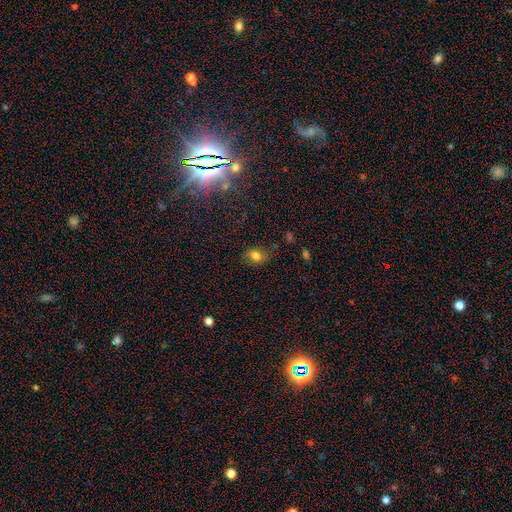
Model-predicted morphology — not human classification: A smooth galaxy with no disk features (79%) that is in between round and cigar-shaped (56%).

Vote fractions:
- Smooth or featured? smooth: 79% / star or artifact: 12% / featured or disk: 8%
- How rounded? in between: 56% / round: 42% / cigar-shaped: 1%
- Merging? none: 76% / minor disturbance: 18% / major disturbance: 4% / merger: 2%